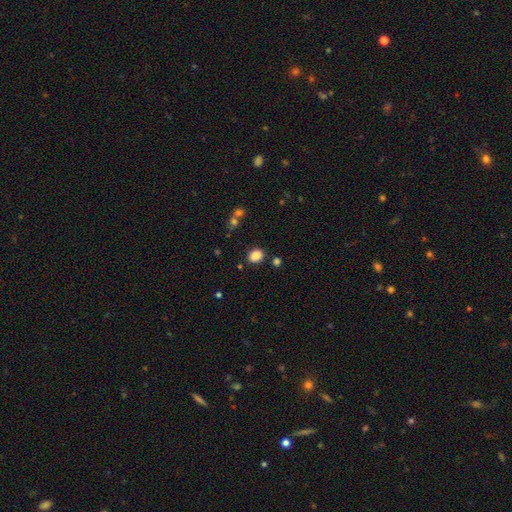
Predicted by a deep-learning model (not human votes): smooth 86%, star or artifact 10%, featured or disk 4%. Down the decision tree: how rounded — in between (51%); merging — none (84%).